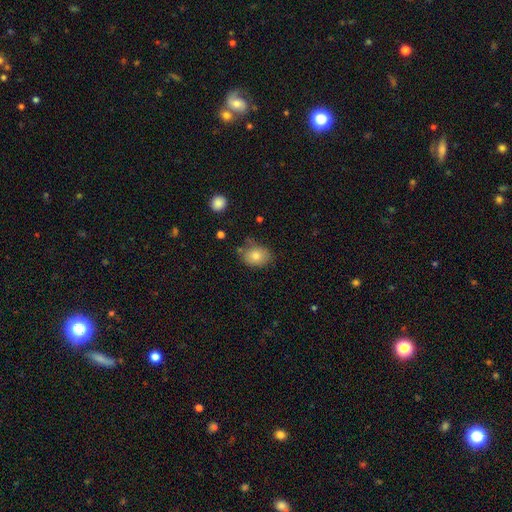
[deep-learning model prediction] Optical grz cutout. It shows a smooth galaxy with no disk features (79%) that is in between round and cigar-shaped (67%). Merging: none (69%).